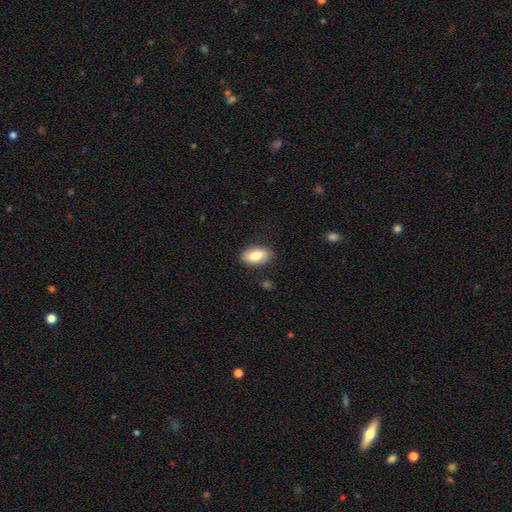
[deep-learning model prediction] Smooth or featured?
  - smooth: 85% *
  - featured or disk: 9%
  - star or artifact: 6%
How rounded?
  - in between: 92% *
  - cigar-shaped: 5%
  - round: 4%
Merging?
  - none: 85% *
  - minor disturbance: 11%
  - major disturbance: 3%
  - merger: 1%